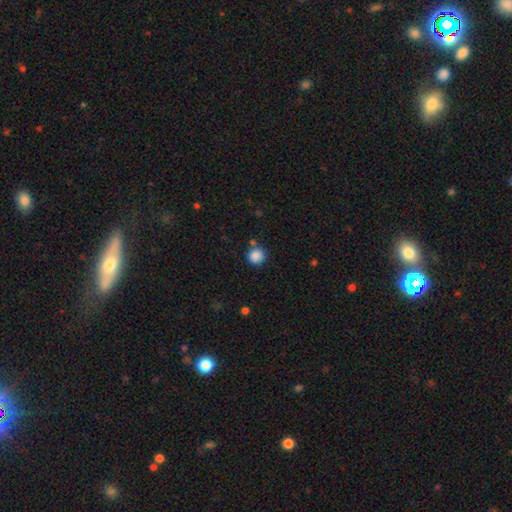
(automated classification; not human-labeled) Smooth or featured? Predicted: smooth (p=0.87). How rounded? Predicted: round (p=0.93). Merging? Predicted: none (p=0.79).